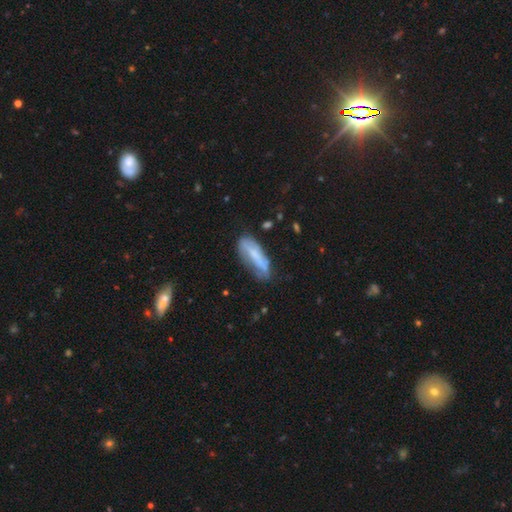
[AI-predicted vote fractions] This is possibly a smooth galaxy (48%). Merging: possibly none (56%).